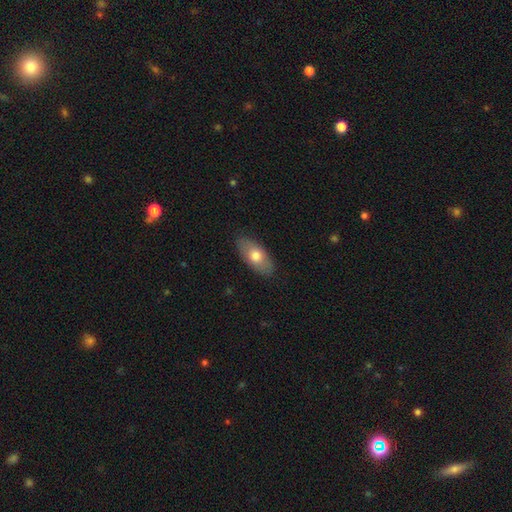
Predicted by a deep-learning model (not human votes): Smooth or featured? smooth (70%)
How rounded? in between (89%)
Merging? none (85%)